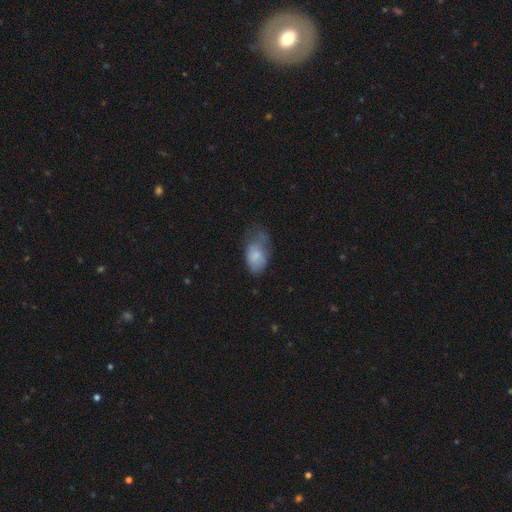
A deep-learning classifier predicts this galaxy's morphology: type=smooth (71%); roundness=in between (91%); merging=minor disturbance (36%).